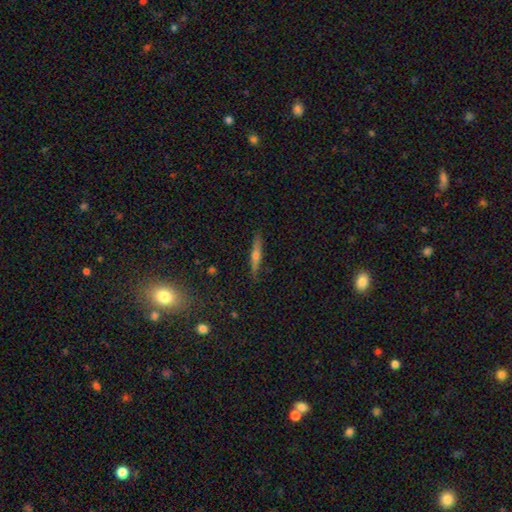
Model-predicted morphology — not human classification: Smooth or featured: featured or disk — 57% (smooth — 35%)
Edge-on disk: yes — 96% (no — 4%)
Edge-on bulge: rounded — 83% (none — 11%)
Merging: none — 88% (minor disturbance — 9%)